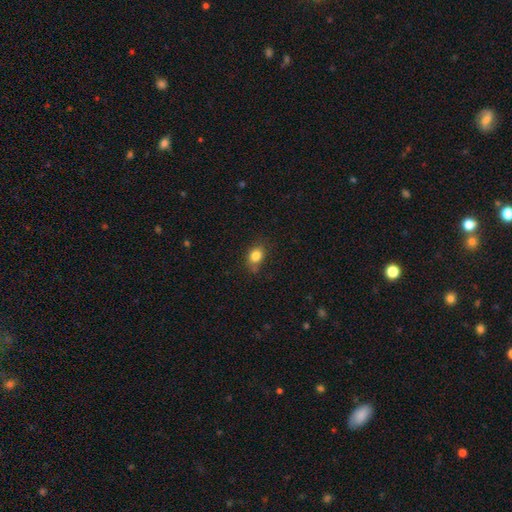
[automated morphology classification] Overall: smooth (82%). How rounded: in between (66%; round 32%). Merging: none (70%).